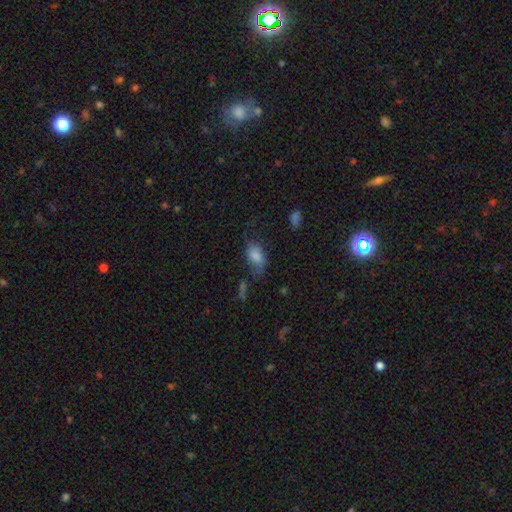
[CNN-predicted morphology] Overall: smooth (79%). How rounded: in between (87%). Merging: none (47%; minor disturbance 28%).